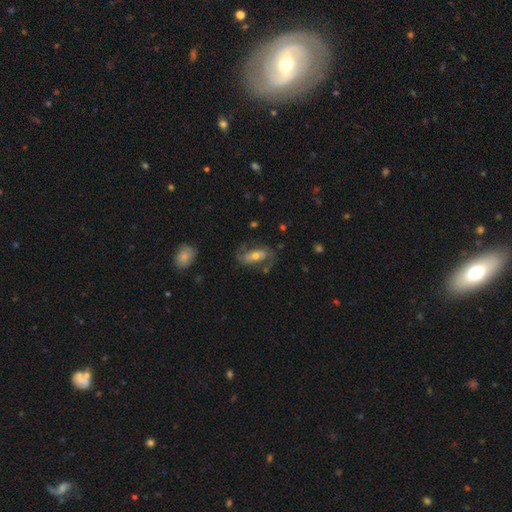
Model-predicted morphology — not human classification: A featured or disk galaxy (63%) with no bar (41%), spiral arms (79%) and a moderate central bulge (59%).

Vote fractions:
- Smooth or featured? featured or disk: 63% / smooth: 29% / star or artifact: 8%
- Edge-on disk? no: 91% / yes: 9%
- Bar? no: 41% / weak: 30% / strong: 29%
- Spiral arms? yes: 79% / no: 21%
- Bulge size? moderate: 59% / small: 30% / large: 8% / none: 2% / dominant: 1%
- Merging? none: 62% / minor disturbance: 19% / major disturbance: 16% / merger: 3%